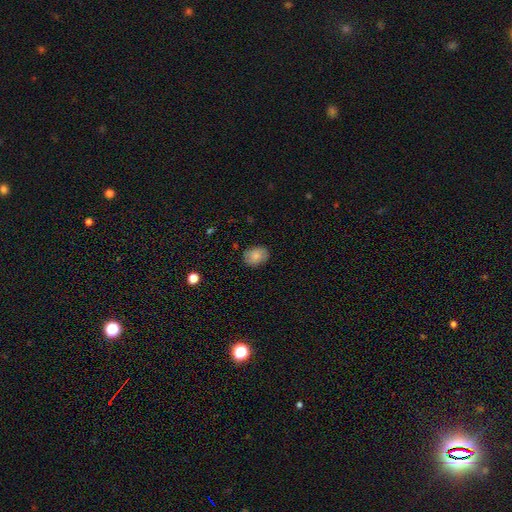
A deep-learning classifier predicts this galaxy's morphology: smooth-or-featured: smooth: 74% | featured or disk: 17% | star or artifact: 8%
  how-rounded: in between: 66% | round: 33% | cigar-shaped: 1%
  merging: none: 82% | minor disturbance: 14% | major disturbance: 3% | merger: 1%